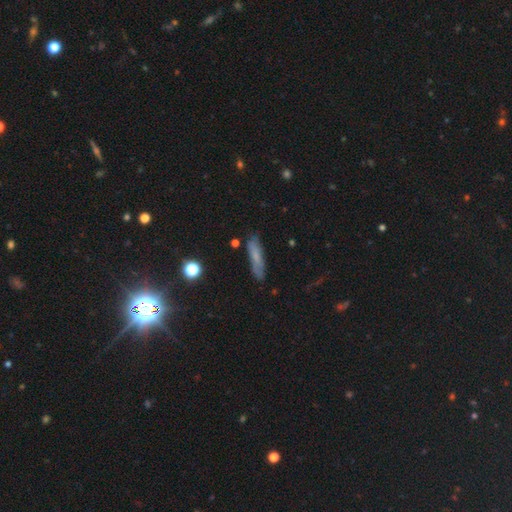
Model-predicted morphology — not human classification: Q: Smooth or featured?
A: smooth (62%); runner-up: featured or disk (26%)
Q: How rounded?
A: cigar-shaped (77%); runner-up: in between (19%)
Q: Merging?
A: none (75%); runner-up: minor disturbance (18%)